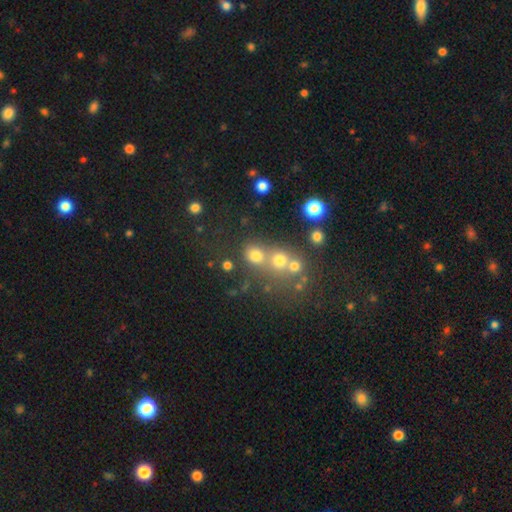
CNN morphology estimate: Smooth or featured?
  - smooth: 72% *
  - star or artifact: 18%
  - featured or disk: 10%
How rounded?
  - round: 79% *
  - in between: 20%
  - cigar-shaped: 1%
Merging?
  - none: 56% *
  - merger: 31%
  - minor disturbance: 9%
  - major disturbance: 5%